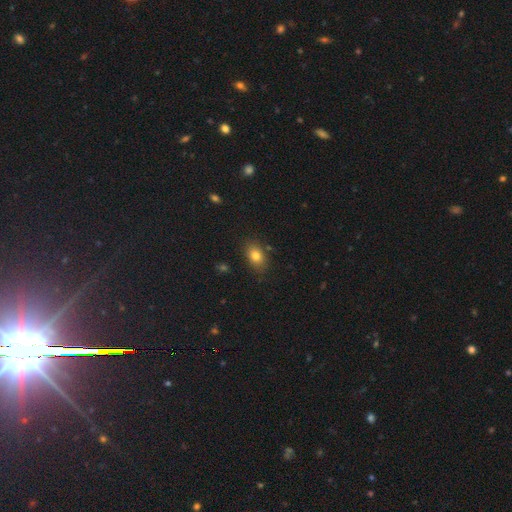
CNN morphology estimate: This appears to be a smooth galaxy with no disk features (81%) that is in between round and cigar-shaped (79%). Merging: none (82%).